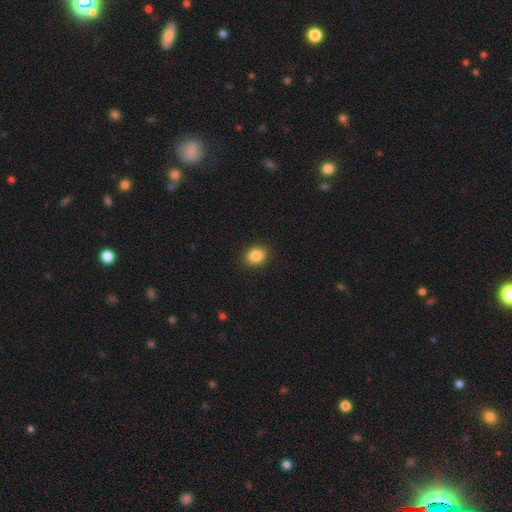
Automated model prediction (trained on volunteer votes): Overall: smooth (86%). How rounded: round (52%; in between 48%). Merging: none (90%).